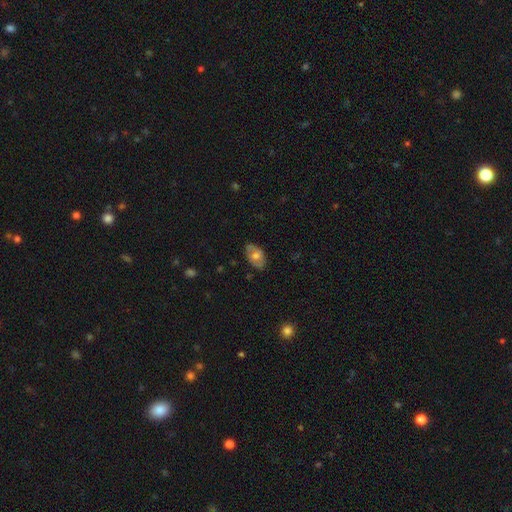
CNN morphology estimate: Smooth or featured: smooth — 54% (featured or disk — 38%)
How rounded: in between — 88% (round — 10%)
Merging: none — 78% (minor disturbance — 18%)